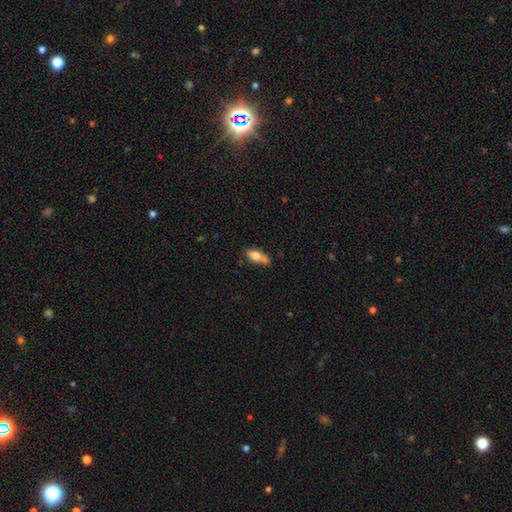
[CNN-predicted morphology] smooth 75%, featured or disk 16%, star or artifact 8%. Down the decision tree: how rounded — in between (79%); merging — none (42%).